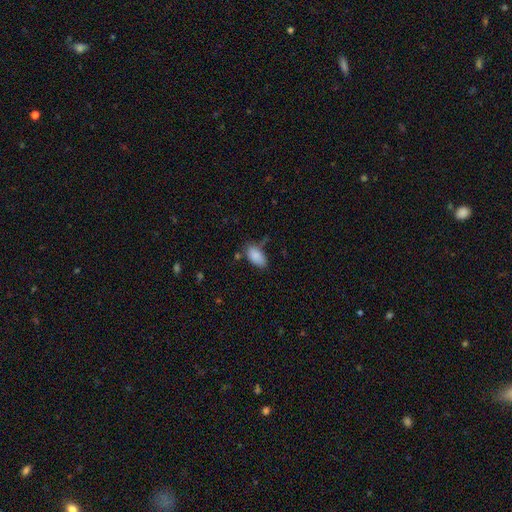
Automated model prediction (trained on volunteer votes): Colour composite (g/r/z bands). It shows a smooth galaxy with no disk features (87%) that is in between round and cigar-shaped (93%). Merging: none (63%).